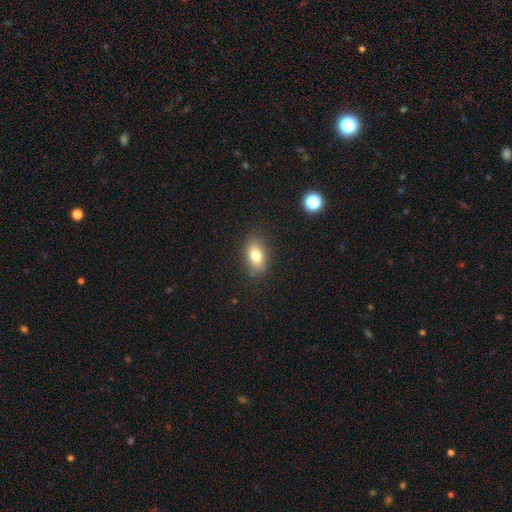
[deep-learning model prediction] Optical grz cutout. It shows a smooth galaxy with no disk features (78%) that is in between round and cigar-shaped (85%). Merging: none (83%).